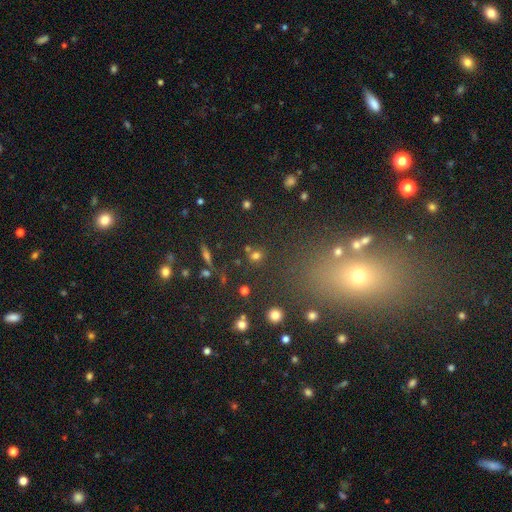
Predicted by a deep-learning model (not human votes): This appears to be a smooth galaxy with no disk features (73%) that is round (85%). Merging: none (77%).